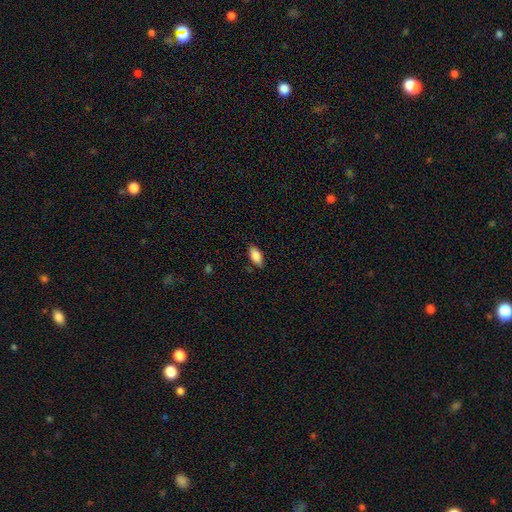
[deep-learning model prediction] Morphology: type=smooth (85%); roundness=in between (88%); merging=none (83%).